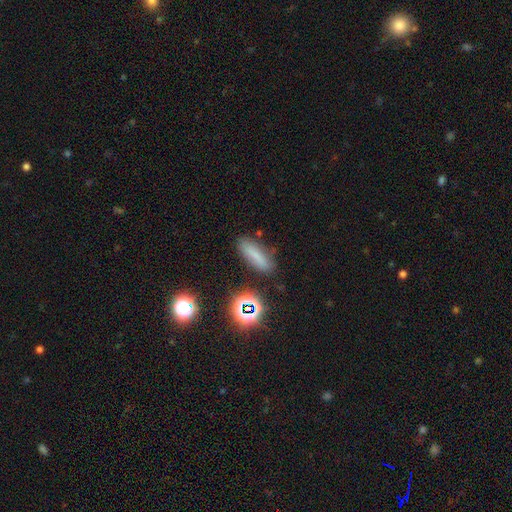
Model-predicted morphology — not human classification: Smooth or featured: smooth — 71% (star or artifact — 17%)
How rounded: cigar-shaped — 56% (in between — 40%)
Merging: none — 80% (minor disturbance — 13%)